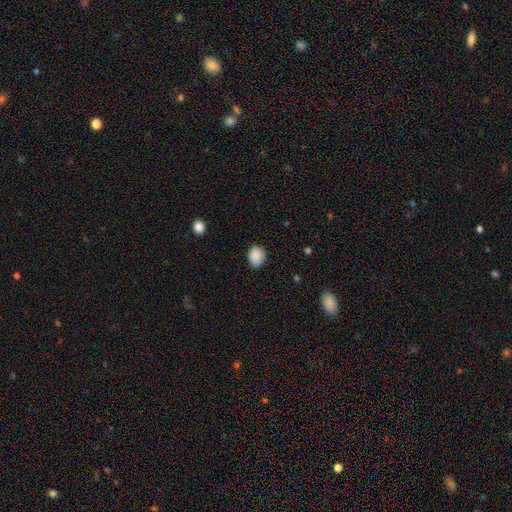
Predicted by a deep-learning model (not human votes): Q: Smooth or featured?
A: smooth (88%); runner-up: star or artifact (8%)
Q: How rounded?
A: round (50%); runner-up: in between (49%)
Q: Merging?
A: none (81%); runner-up: minor disturbance (16%)